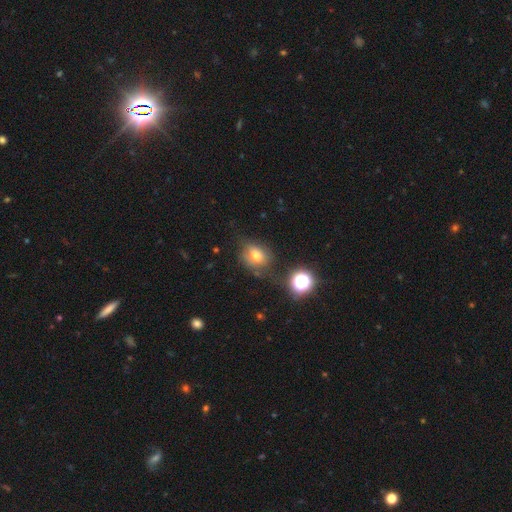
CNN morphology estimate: This is likely a smooth galaxy (71%). How rounded: possibly round (56%). Merging: possibly none (59%).